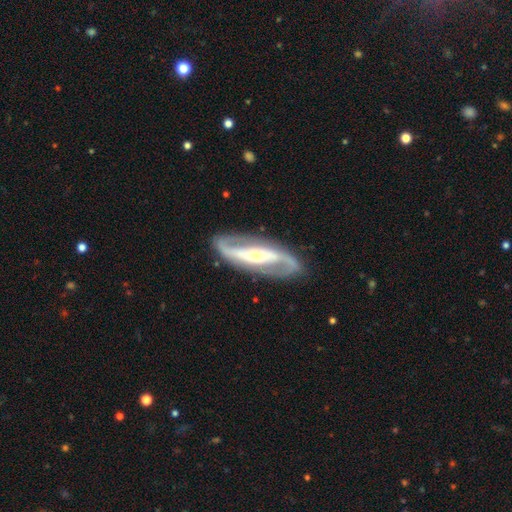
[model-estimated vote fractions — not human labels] This is clearly a featured or disk galaxy (90%). It is clearly not viewed edge-on (93%). Bar: possibly strong (53%). Spiral arm pattern: clearly yes (95%). Spiral arm count: clearly 2 (93%). Spiral winding: possibly medium (47%). Central bulge: possibly small (48%). Merging: clearly none (86%).